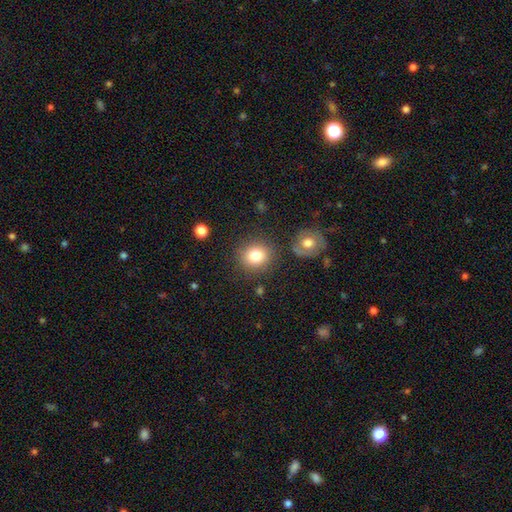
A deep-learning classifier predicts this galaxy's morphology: This is clearly a smooth galaxy (81%). How rounded: clearly round (83%). Merging: clearly none (81%).